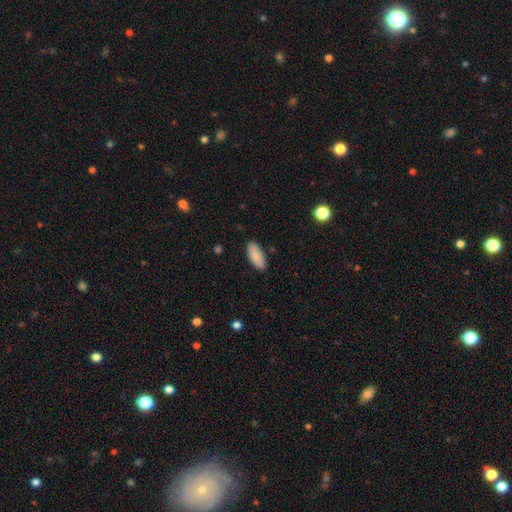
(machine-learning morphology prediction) Smooth or featured? Predicted: smooth (p=0.87). How rounded? Predicted: in between (p=0.86). Merging? Predicted: none (p=0.87).